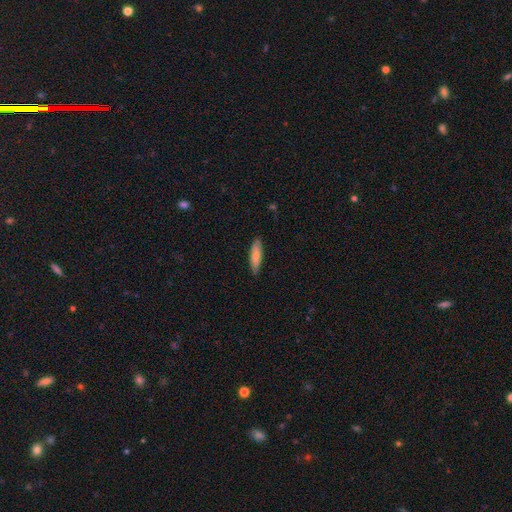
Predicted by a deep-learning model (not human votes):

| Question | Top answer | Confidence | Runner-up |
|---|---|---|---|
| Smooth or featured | smooth | 79% | featured or disk (15%) |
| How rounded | cigar-shaped | 62% | in between (36%) |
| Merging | none | 85% | minor disturbance (12%) |